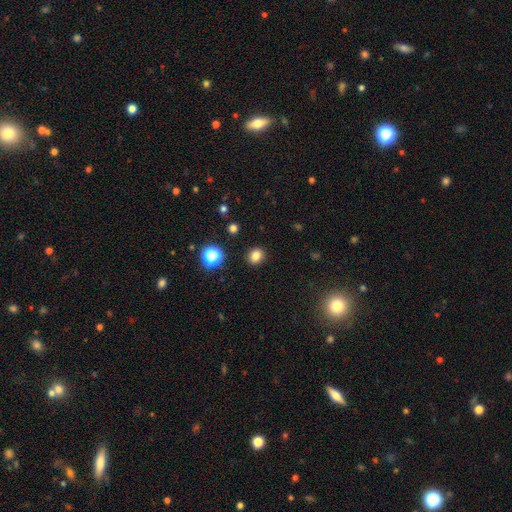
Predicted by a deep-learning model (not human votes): The model was most divided on "how rounded": round: 71%, in between: 28%, cigar-shaped: 1%. More confident: merging — none (90%); smooth or featured — smooth (81%).